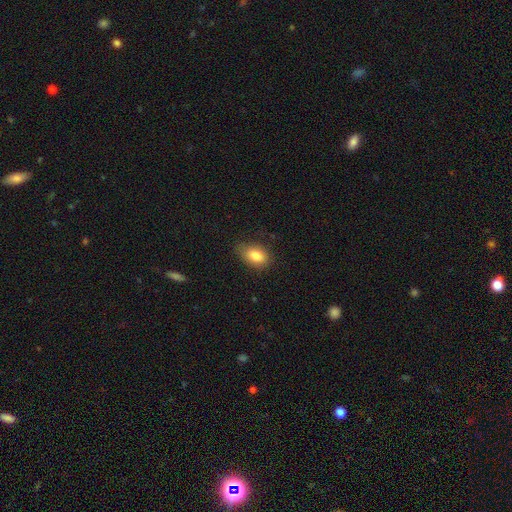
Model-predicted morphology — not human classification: Smooth or featured? smooth (84%)
How rounded? in between (88%)
Merging? none (73%)